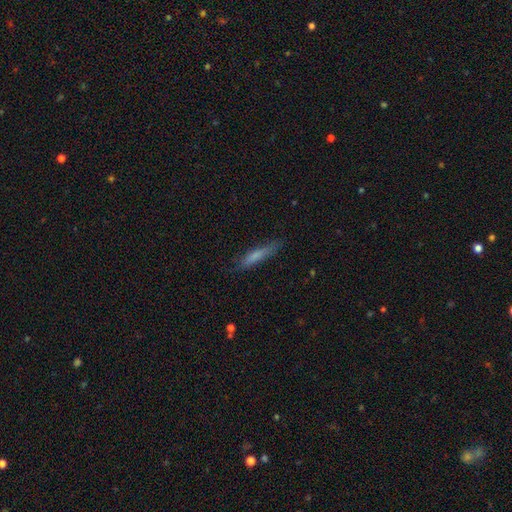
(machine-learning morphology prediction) type=smooth (71%); roundness=cigar-shaped (88%); merging=none (75%).